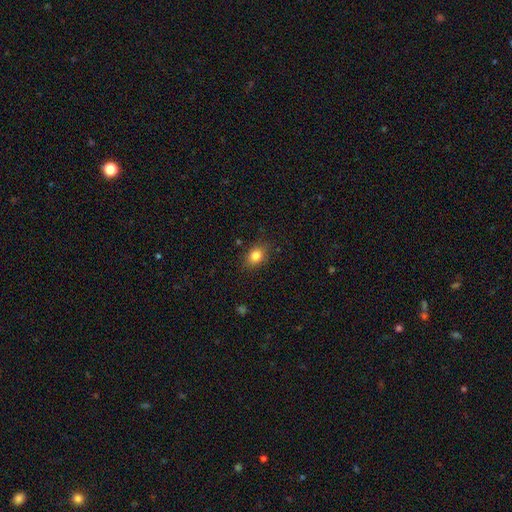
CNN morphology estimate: Q: Smooth or featured?
A: smooth (83%); runner-up: star or artifact (10%)
Q: How rounded?
A: in between (67%); runner-up: round (32%)
Q: Merging?
A: none (84%); runner-up: minor disturbance (12%)